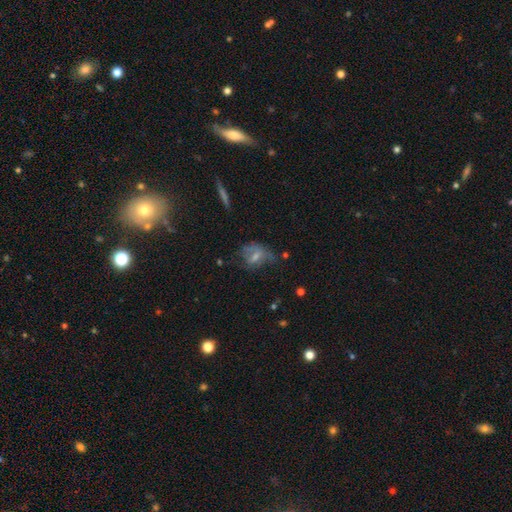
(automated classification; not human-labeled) This appears to be a smooth galaxy with no disk features (48%). Merging: major disturbance (34%, tied with none).